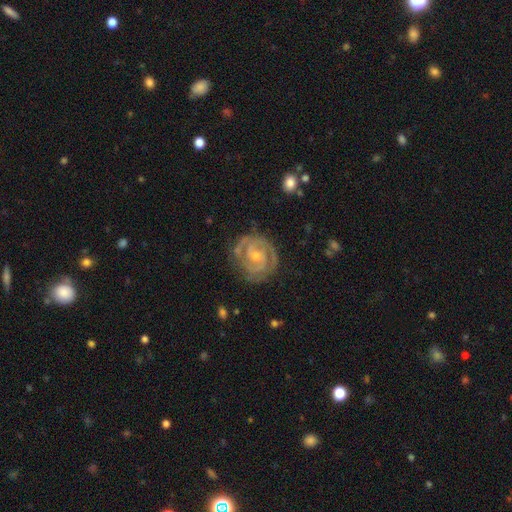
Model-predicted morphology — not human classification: Overall: featured or disk (89%). Edge-on disk: no (98%). Bar: no (50%; weak 38%). Spiral arms: yes (98%). Spiral arm count: 2 (73%). Spiral winding: tight (71%). Bulge size: small (59%; moderate 36%). Merging: none (78%).